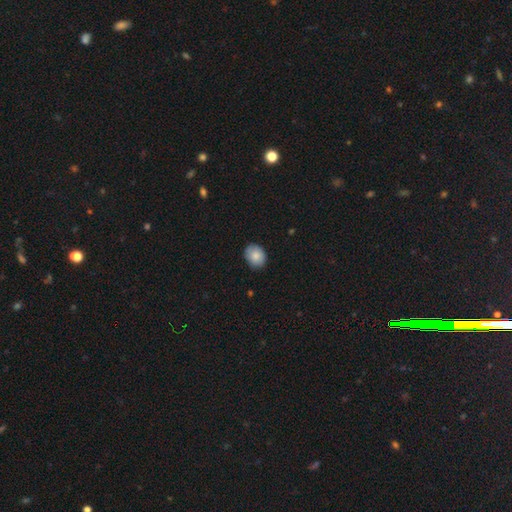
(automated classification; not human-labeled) Smooth or featured?
  - smooth: 83% *
  - featured or disk: 10%
  - star or artifact: 7%
How rounded?
  - in between: 55% *
  - round: 44%
  - cigar-shaped: 1%
Merging?
  - none: 83% *
  - minor disturbance: 14%
  - major disturbance: 2%
  - merger: 1%